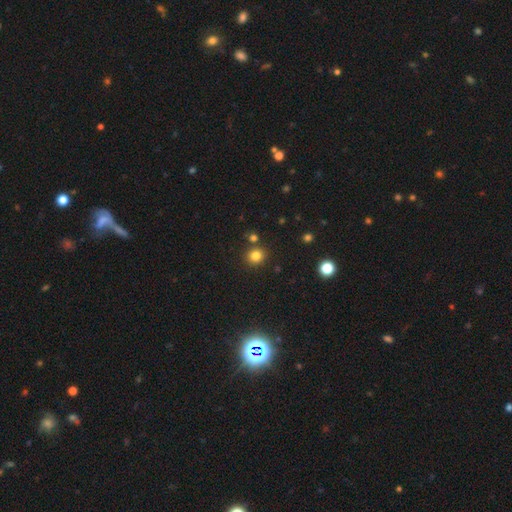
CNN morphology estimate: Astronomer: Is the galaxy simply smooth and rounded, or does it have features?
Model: smooth — 80%.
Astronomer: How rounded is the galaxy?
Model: round — 87%.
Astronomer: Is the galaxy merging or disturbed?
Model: none — 82%.